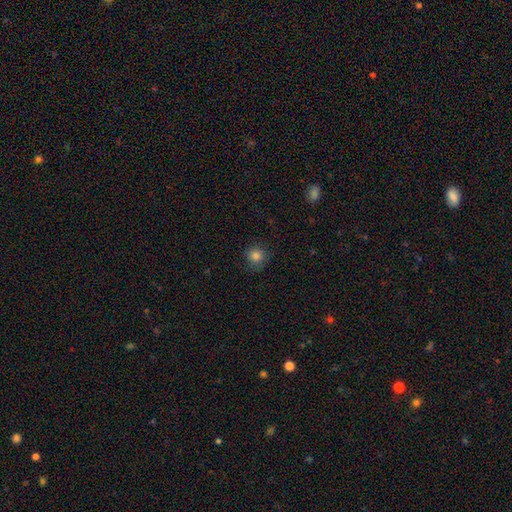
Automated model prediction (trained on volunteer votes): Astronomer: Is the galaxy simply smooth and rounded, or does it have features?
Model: smooth — 83%.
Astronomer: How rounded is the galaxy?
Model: round — 91%.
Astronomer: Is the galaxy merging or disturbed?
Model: none — 83%.